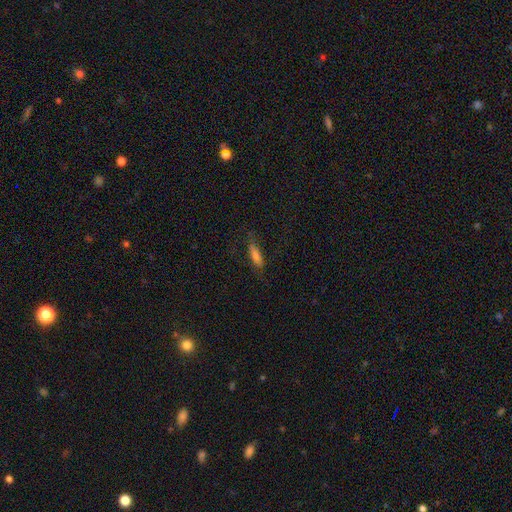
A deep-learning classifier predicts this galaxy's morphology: The model was most divided on "how rounded": cigar-shaped: 60%, in between: 38%, round: 2%. More confident: merging — none (73%); smooth or featured — smooth (68%).